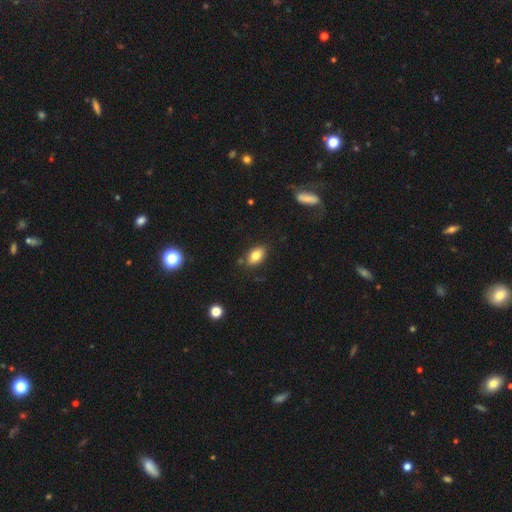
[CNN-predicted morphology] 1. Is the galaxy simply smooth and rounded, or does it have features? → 80% smooth, 11% featured or disk, 9% star or artifact.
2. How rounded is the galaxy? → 89% in between, 8% round, 3% cigar-shaped.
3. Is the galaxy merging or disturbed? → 81% none, 13% minor disturbance, 3% merger, 3% major disturbance.